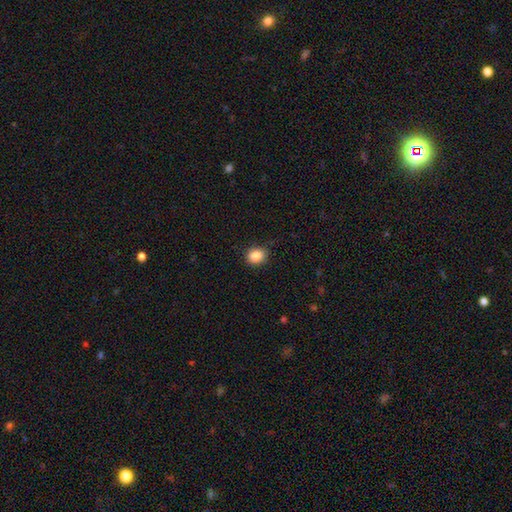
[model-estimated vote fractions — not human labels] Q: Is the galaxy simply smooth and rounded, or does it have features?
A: smooth — 87%.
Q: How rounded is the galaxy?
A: round — 52%.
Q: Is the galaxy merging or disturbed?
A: none — 83%.